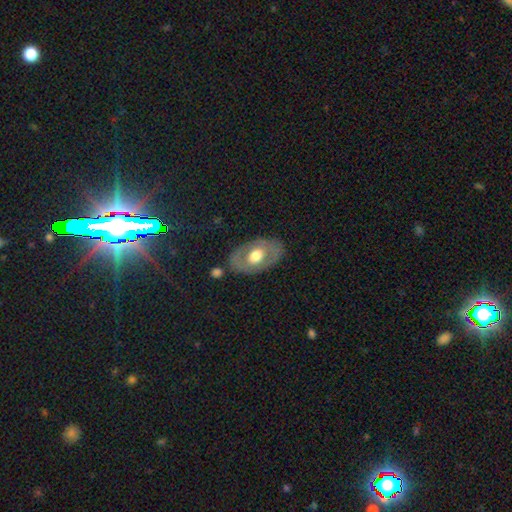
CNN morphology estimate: smooth-or-featured: featured or disk: 49% | smooth: 45% | star or artifact: 6%
  merging: none: 77% | minor disturbance: 15% | major disturbance: 5% | merger: 3%